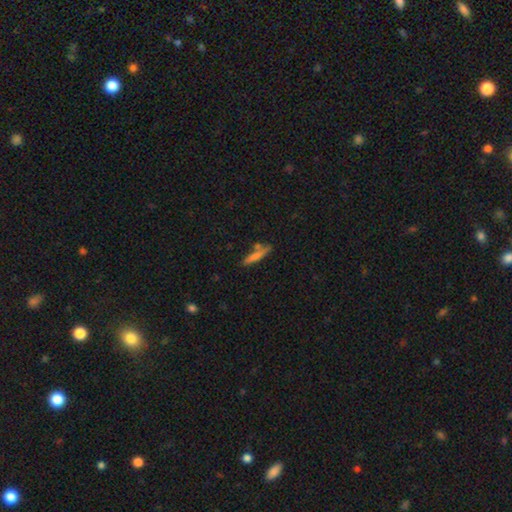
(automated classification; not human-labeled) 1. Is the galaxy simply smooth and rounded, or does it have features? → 72% smooth, 21% featured or disk, 7% star or artifact.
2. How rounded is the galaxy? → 85% cigar-shaped, 13% in between, 2% round.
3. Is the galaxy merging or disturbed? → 70% none, 16% minor disturbance, 11% merger, 4% major disturbance.